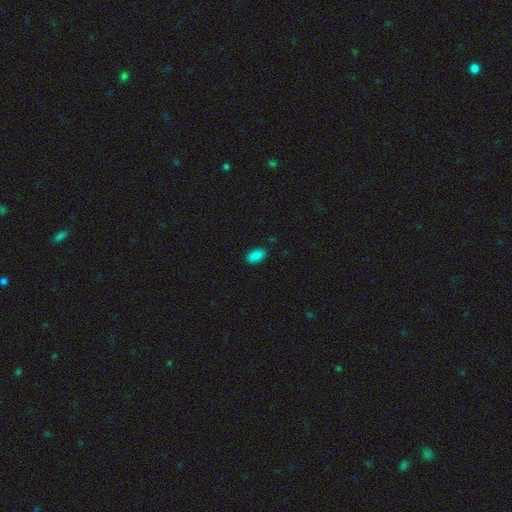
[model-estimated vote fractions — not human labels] smooth 88%, star or artifact 9%, featured or disk 3%. Down the decision tree: how rounded — in between (93%); merging — none (87%).